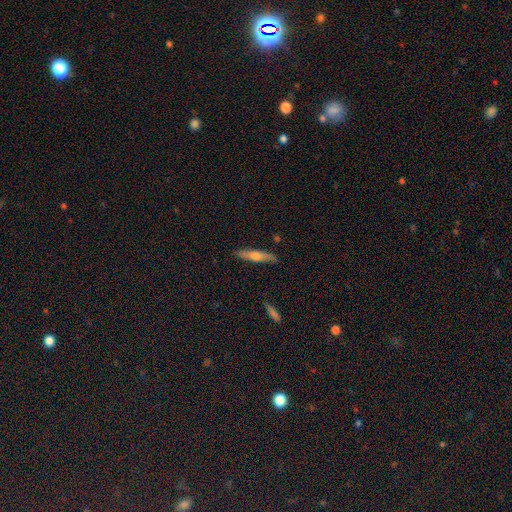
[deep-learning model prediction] Overall: smooth (50%; featured or disk 43%). Merging: none (86%).